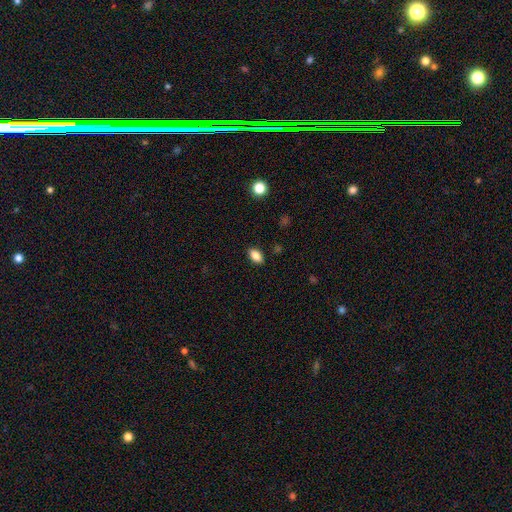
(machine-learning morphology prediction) The model was most divided on "smooth or featured": smooth: 83%, star or artifact: 9%, featured or disk: 8%. More confident: how rounded — in between (89%); merging — none (88%).